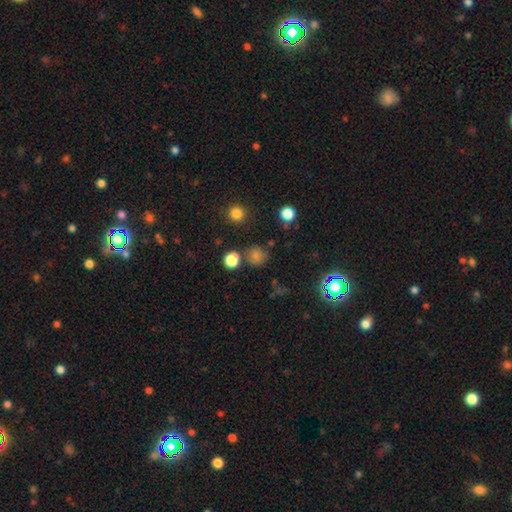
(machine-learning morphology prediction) A smooth galaxy with no disk features (57%) that is round (90%). Merging: none (81%).